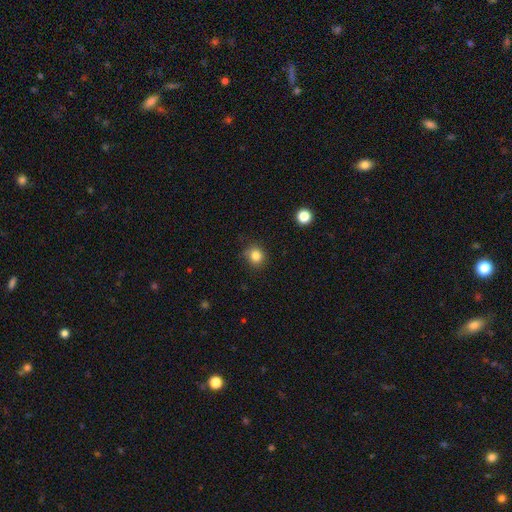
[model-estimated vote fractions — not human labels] Smooth or featured? Predicted: smooth (p=0.83). How rounded? Predicted: round (p=0.86). Merging? Predicted: none (p=0.84).